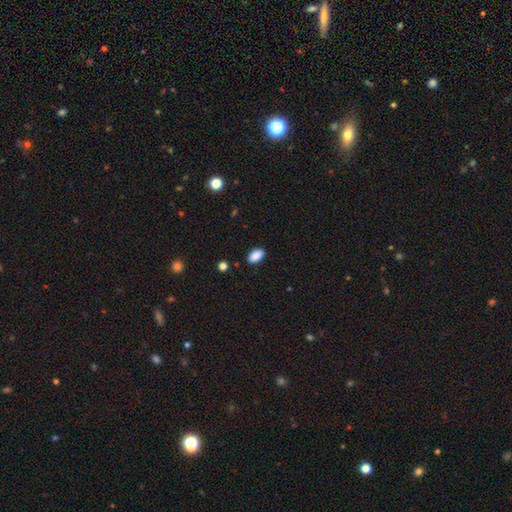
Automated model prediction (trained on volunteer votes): Smooth or featured?
  - smooth: 89% *
  - star or artifact: 8%
  - featured or disk: 3%
How rounded?
  - in between: 93% *
  - round: 5%
  - cigar-shaped: 2%
Merging?
  - none: 88% *
  - minor disturbance: 9%
  - major disturbance: 2%
  - merger: 1%